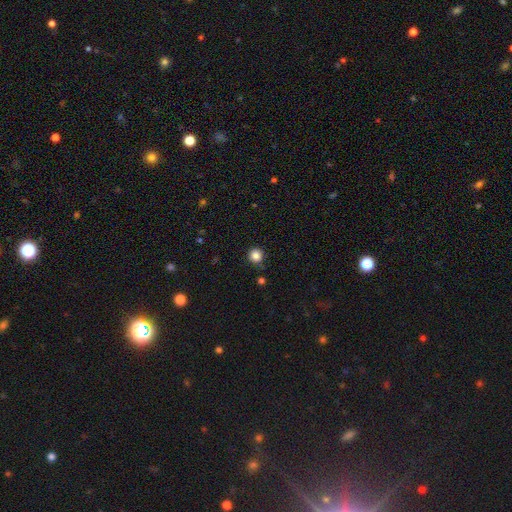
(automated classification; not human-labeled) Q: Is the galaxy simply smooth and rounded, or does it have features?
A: smooth — 84%.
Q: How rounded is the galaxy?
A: round — 94%.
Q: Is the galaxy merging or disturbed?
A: none — 88%.